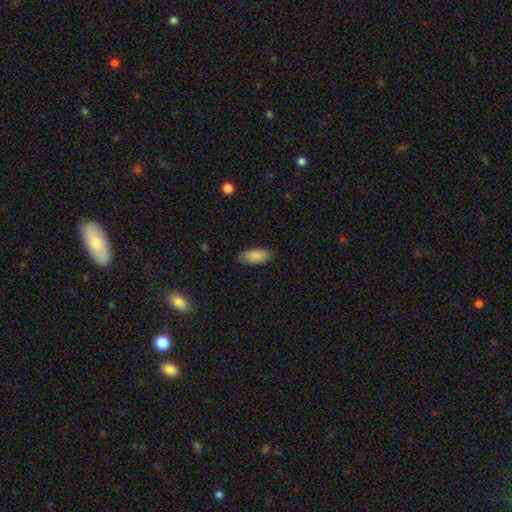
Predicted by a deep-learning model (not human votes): Q: Smooth or featured?
A: smooth (86%); runner-up: featured or disk (8%)
Q: How rounded?
A: in between (88%); runner-up: cigar-shaped (10%)
Q: Merging?
A: none (82%); runner-up: minor disturbance (14%)